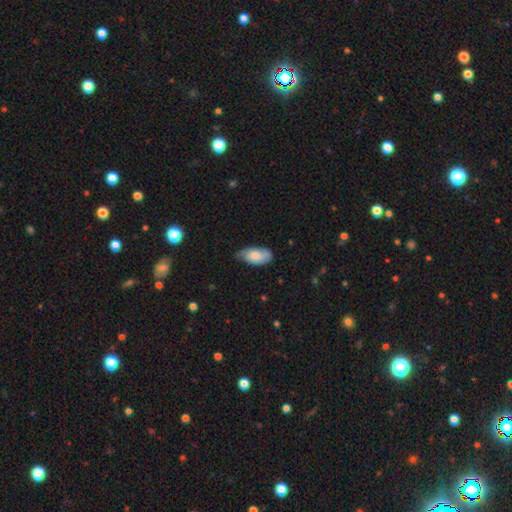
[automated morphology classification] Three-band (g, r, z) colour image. It shows a smooth galaxy with no disk features (68%) that is in between round and cigar-shaped (92%). Merging: none (56%).